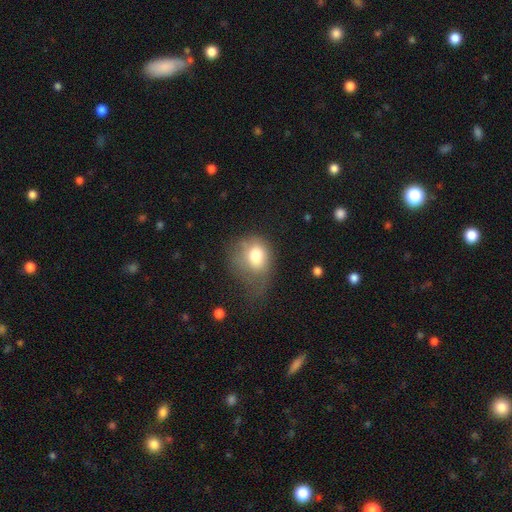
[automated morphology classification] Smooth or featured: smooth — 75% (featured or disk — 16%)
How rounded: round — 56% (in between — 43%)
Merging: major disturbance — 39% (minor disturbance — 31%)